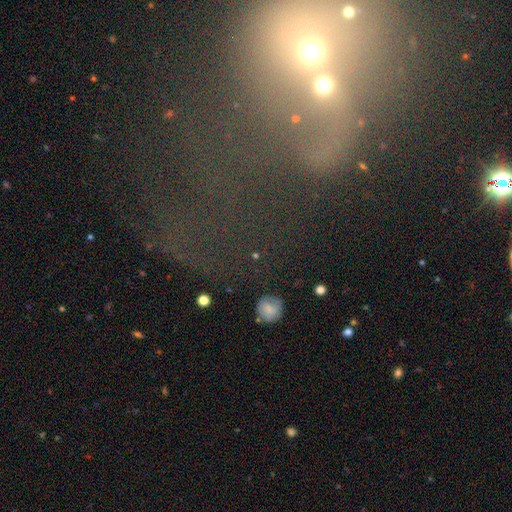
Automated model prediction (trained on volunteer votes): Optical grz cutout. It shows a star or artifact, not a galaxy (43%).